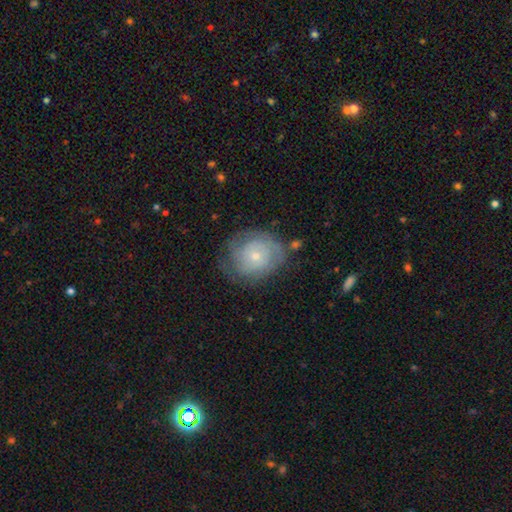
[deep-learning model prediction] A featured or disk galaxy (60%) with no bar (83%), spiral arms (78%) and a small central bulge (69%). Merging: none (67%).